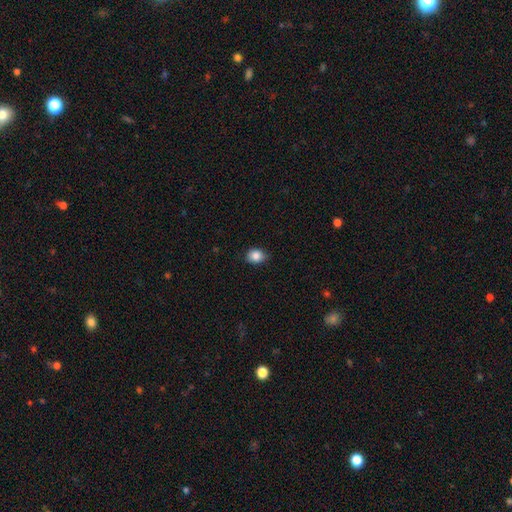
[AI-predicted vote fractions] This appears to be a smooth galaxy with no disk features (86%) that is round (51%). Merging: none (81%).